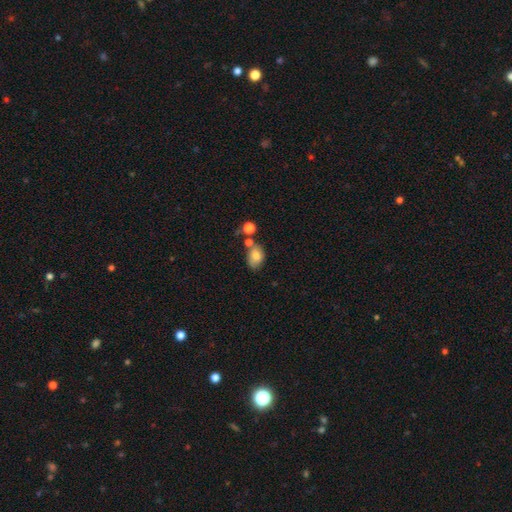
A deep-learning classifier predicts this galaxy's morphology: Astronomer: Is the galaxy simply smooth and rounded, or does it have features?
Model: smooth — 79%.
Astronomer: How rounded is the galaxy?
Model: in between — 78%.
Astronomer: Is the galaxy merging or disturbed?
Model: none — 53%.